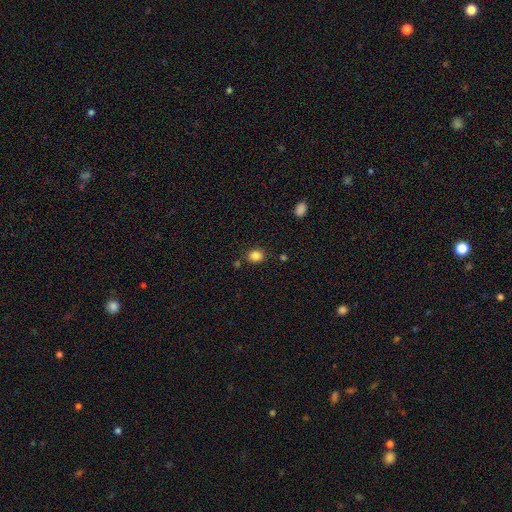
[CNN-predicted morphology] Smooth or featured: smooth — 84% (star or artifact — 11%)
How rounded: round — 66% (in between — 33%)
Merging: none — 82% (minor disturbance — 10%)